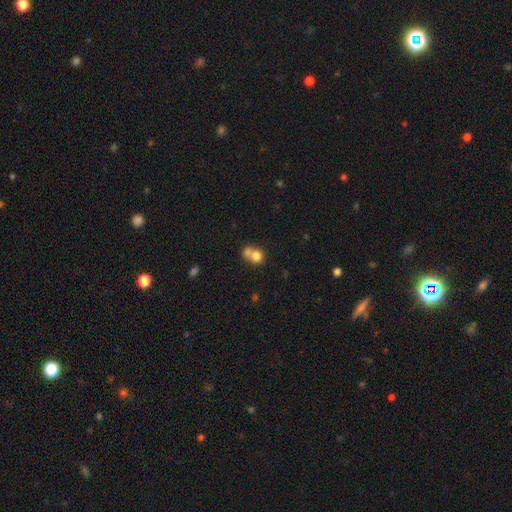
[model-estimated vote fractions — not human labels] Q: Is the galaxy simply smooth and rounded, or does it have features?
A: smooth — 76%.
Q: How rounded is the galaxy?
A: round — 75%.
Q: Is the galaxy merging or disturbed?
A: merger — 59%.